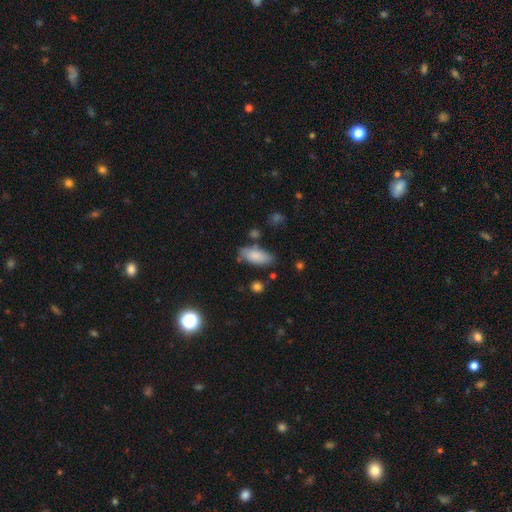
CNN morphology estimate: This appears to be a smooth galaxy with no disk features (84%) that is in between round and cigar-shaped (84%). Merging: none (72%).